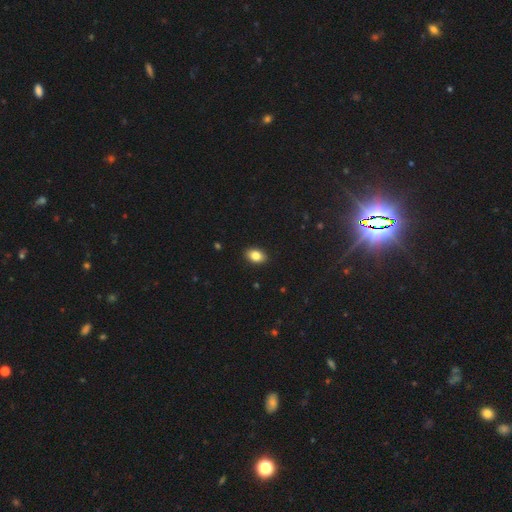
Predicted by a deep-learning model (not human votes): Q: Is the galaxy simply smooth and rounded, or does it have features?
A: smooth — 84%.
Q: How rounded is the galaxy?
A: in between — 83%.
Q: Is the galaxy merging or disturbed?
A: none — 91%.